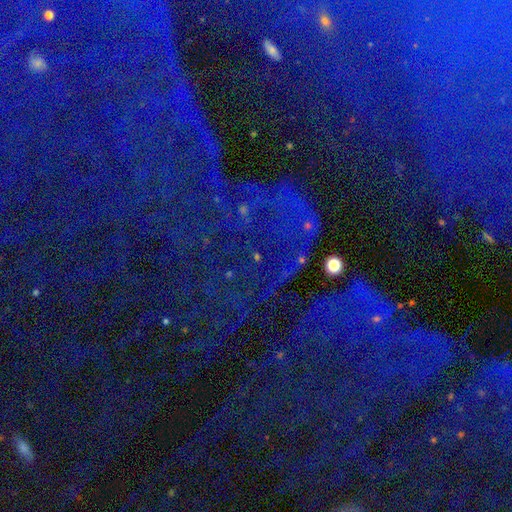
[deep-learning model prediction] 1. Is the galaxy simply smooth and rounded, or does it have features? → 84% star or artifact, 8% smooth, 8% featured or disk.